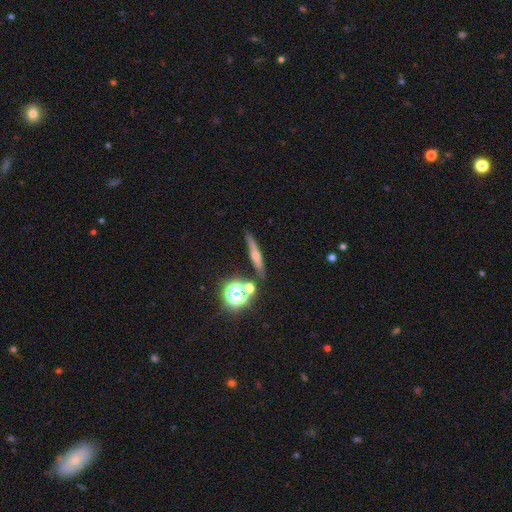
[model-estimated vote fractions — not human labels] Morphology: type=featured or disk (53%); edge-on=yes (93%); merging=none (85%).